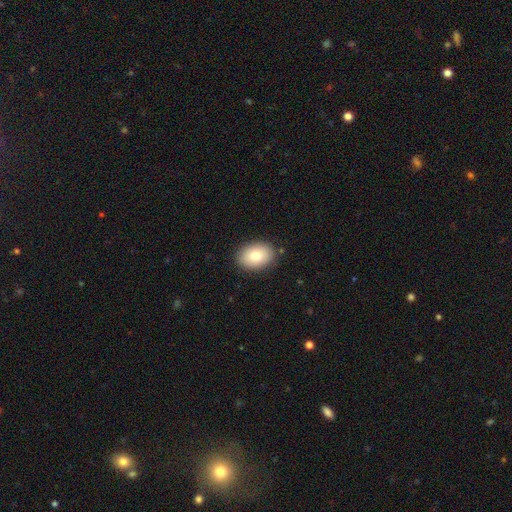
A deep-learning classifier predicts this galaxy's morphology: Smooth or featured? Predicted: smooth (p=0.80). How rounded? Predicted: in between (p=0.80). Merging? Predicted: none (p=0.87).